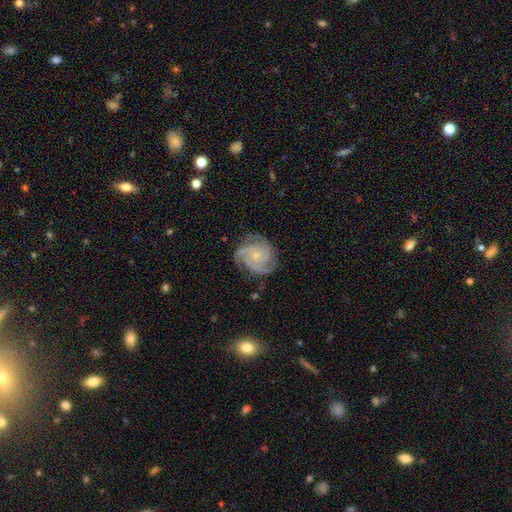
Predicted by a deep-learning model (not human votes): This is clearly a featured or disk galaxy (89%). It is clearly not viewed edge-on (98%). Bar: likely no (77%). Spiral arm pattern: clearly yes (98%). Spiral arm count: possibly 3 (58%). Spiral winding: possibly tight (57%). Central bulge: likely small (77%). Merging: likely none (76%).